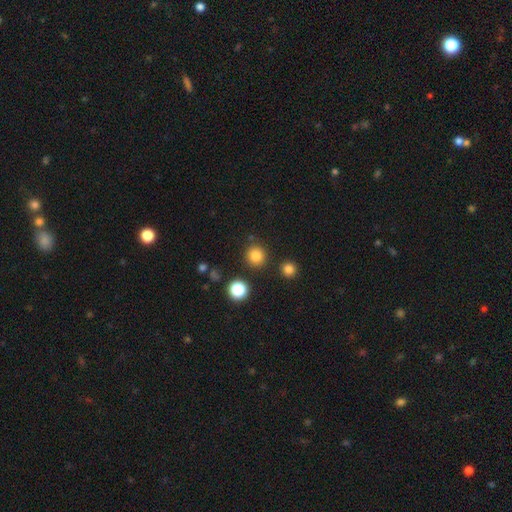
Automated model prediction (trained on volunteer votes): The model was most divided on "smooth or featured": smooth: 83%, star or artifact: 13%, featured or disk: 4%. More confident: how rounded — round (92%); merging — none (87%).